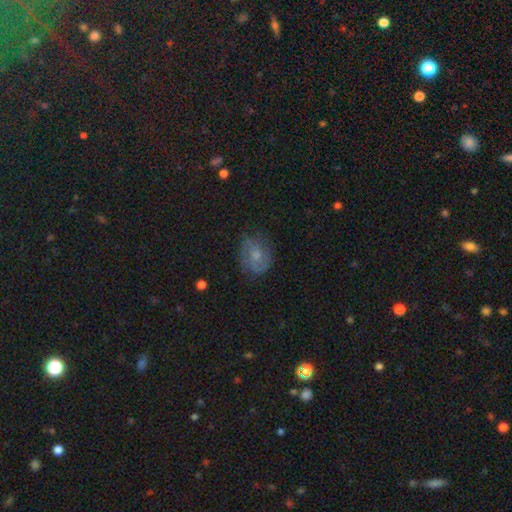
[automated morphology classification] This appears to be a featured or disk galaxy (46%). Merging: none (70%).